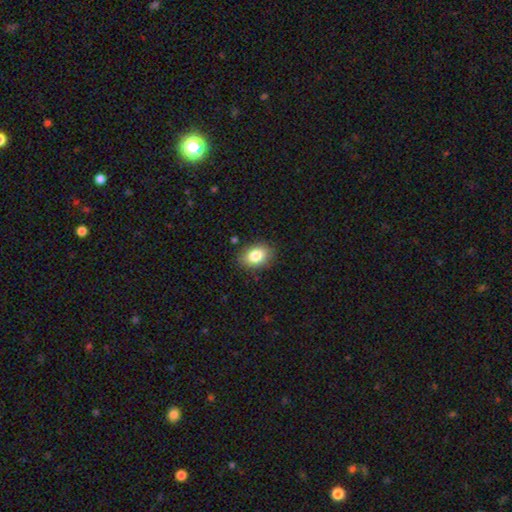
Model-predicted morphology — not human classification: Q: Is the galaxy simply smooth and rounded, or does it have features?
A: smooth — 83%.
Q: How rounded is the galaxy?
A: in between — 79%.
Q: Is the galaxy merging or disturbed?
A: none — 85%.